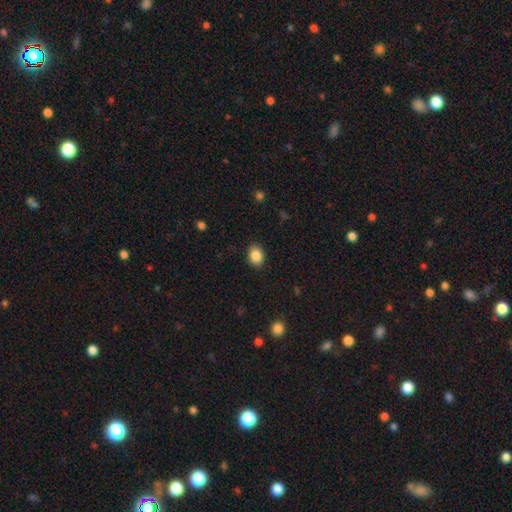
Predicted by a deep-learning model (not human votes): Smooth or featured? smooth (87%)
How rounded? in between (59%)
Merging? none (89%)